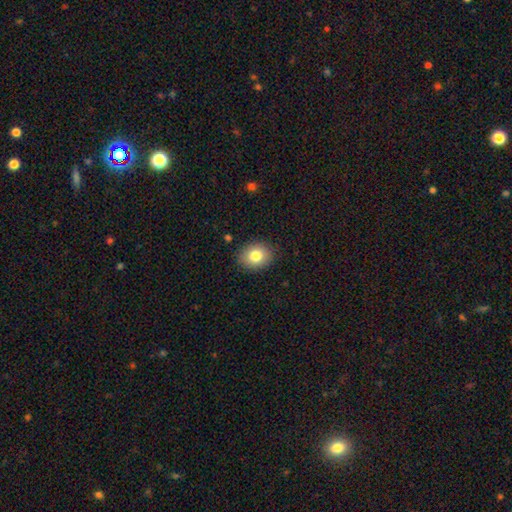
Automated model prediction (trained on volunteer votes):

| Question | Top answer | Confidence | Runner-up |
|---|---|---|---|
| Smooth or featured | smooth | 80% | featured or disk (10%) |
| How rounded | round | 51% | in between (48%) |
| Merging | none | 88% | minor disturbance (8%) |